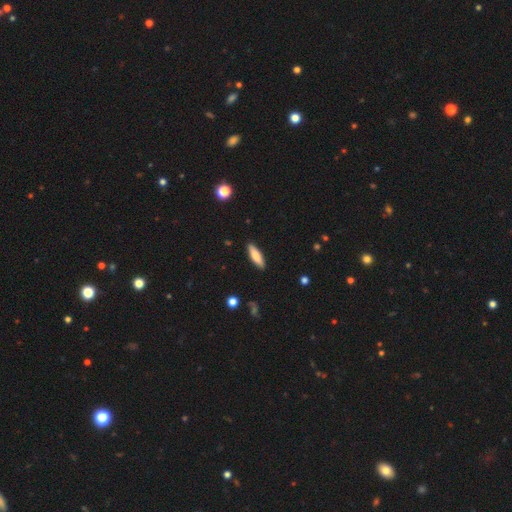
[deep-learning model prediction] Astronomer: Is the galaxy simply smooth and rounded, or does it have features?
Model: smooth — 76%.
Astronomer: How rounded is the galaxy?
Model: cigar-shaped — 56% (runner-up: in between, 42%).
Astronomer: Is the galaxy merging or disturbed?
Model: none — 89%.